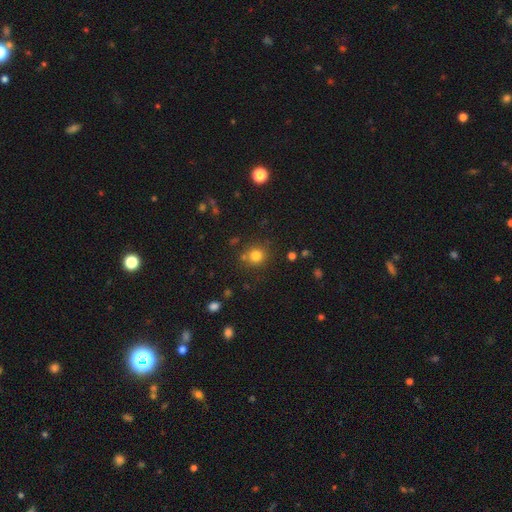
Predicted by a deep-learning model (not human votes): Smooth or featured?
  - smooth: 79% *
  - star or artifact: 14%
  - featured or disk: 6%
How rounded?
  - round: 89% *
  - in between: 11%
  - cigar-shaped: 1%
Merging?
  - none: 80% *
  - minor disturbance: 10%
  - merger: 7%
  - major disturbance: 3%